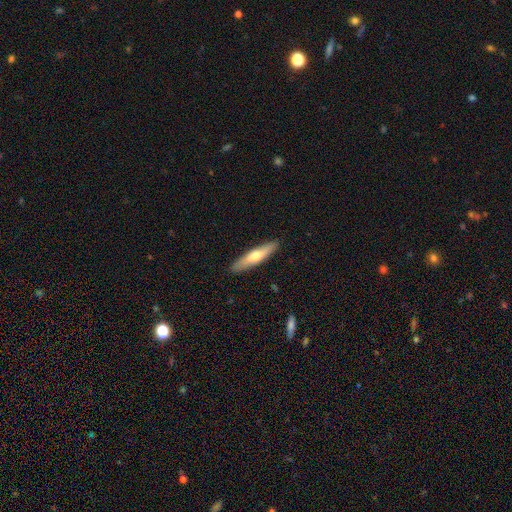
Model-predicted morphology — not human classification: smooth_or_featured: smooth (p=0.58) [alt: featured or disk p=0.37]
how_rounded: cigar-shaped (p=0.82) [alt: in between p=0.16]
merging: none (p=0.89) [alt: minor disturbance p=0.08]